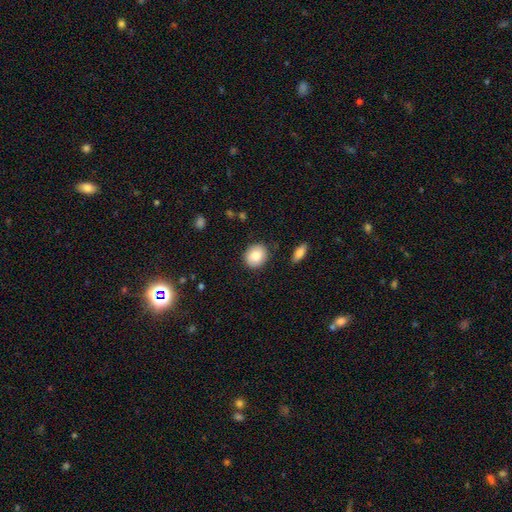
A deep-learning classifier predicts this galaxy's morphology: smooth 84%, featured or disk 8%, star or artifact 7%. Down the decision tree: how rounded — round (78%); merging — none (87%).